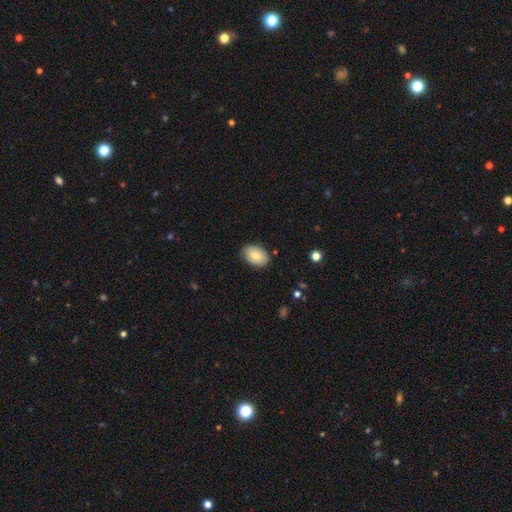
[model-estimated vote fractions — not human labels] Overall: smooth (81%). How rounded: in between (85%). Merging: none (83%).